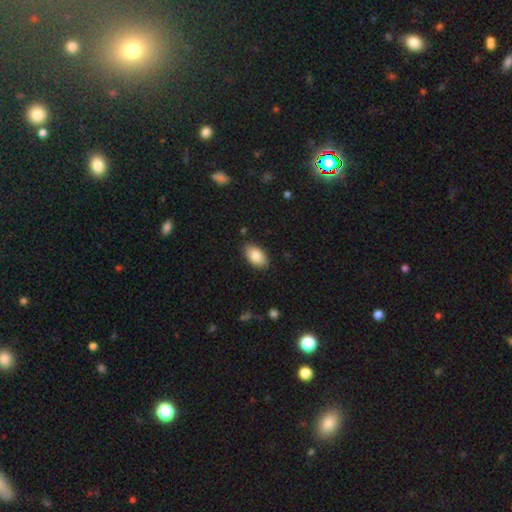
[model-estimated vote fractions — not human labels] The model was most divided on "merging": none: 86%, minor disturbance: 11%, major disturbance: 2%, merger: 1%. More confident: how rounded — in between (94%); smooth or featured — smooth (86%).